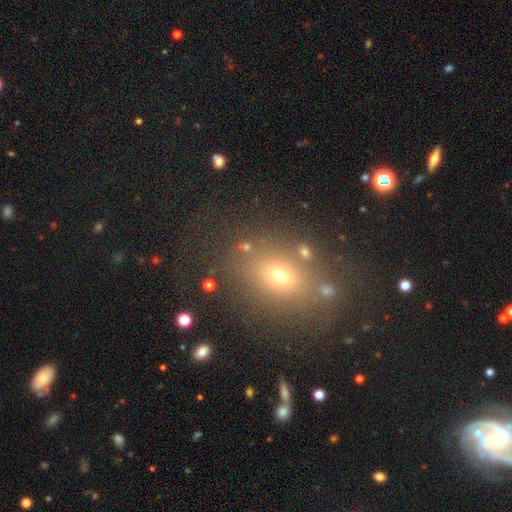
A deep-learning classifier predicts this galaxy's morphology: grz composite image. It shows a smooth galaxy with no disk features (54%) that is in between round and cigar-shaped (58%). Merging: none (78%).